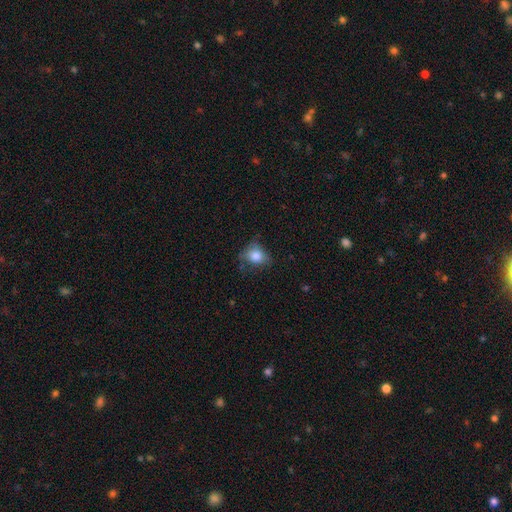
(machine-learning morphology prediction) type=smooth (77%); roundness=in between (53%); merging=none (50%).